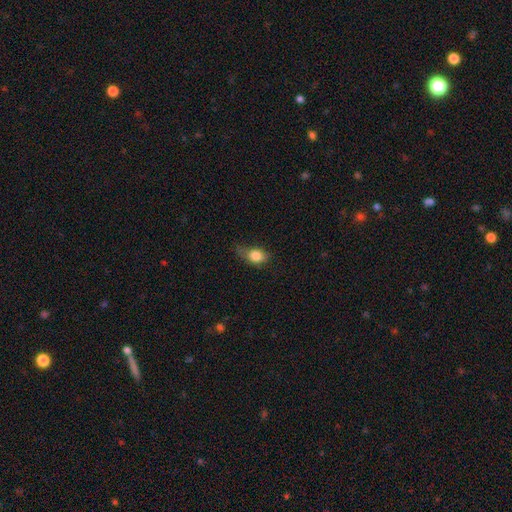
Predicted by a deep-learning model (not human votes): smooth_or_featured: smooth (p=0.82) [alt: featured or disk p=0.09]
how_rounded: in between (p=0.65) [alt: round p=0.32]
merging: none (p=0.44) [alt: minor disturbance p=0.37]